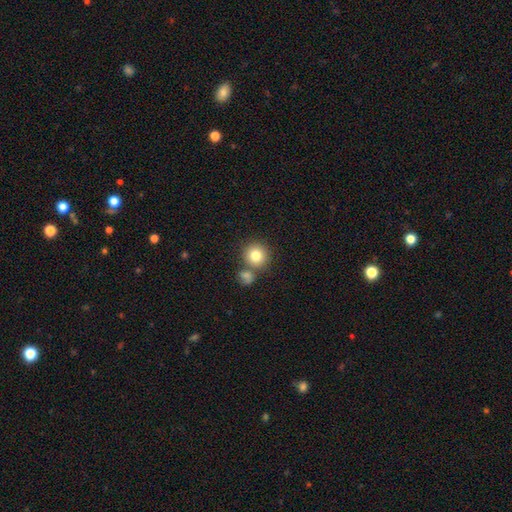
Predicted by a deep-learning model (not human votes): Overall: smooth (81%). How rounded: round (91%). Merging: none (67%).